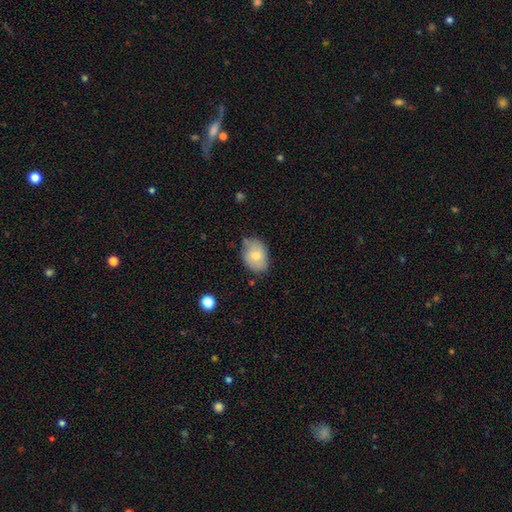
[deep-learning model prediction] A smooth galaxy with no disk features (70%) that is in between round and cigar-shaped (74%). Merging: none (63%).